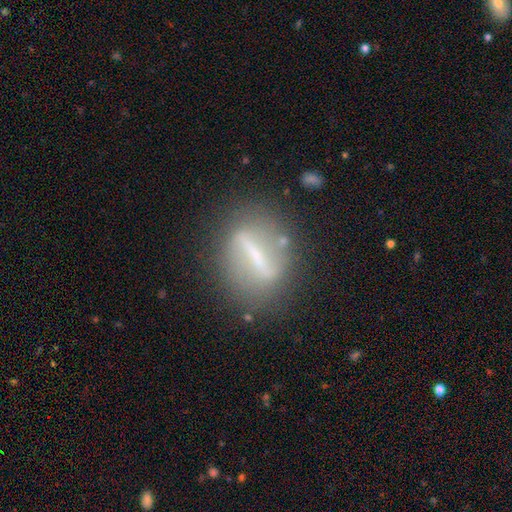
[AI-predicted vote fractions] Smooth or featured? featured or disk (67%)
Edge-on disk? no (70%)
Merging? none (78%)